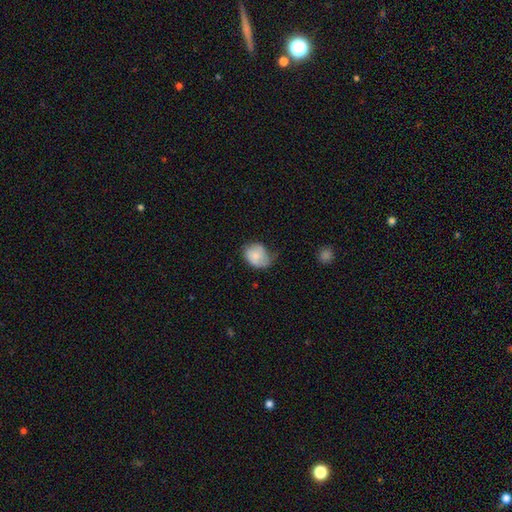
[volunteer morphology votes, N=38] Smooth or featured? 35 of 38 (92%) said smooth. How rounded? 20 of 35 (57%) said in between. Merging? 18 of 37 (49%) said none.